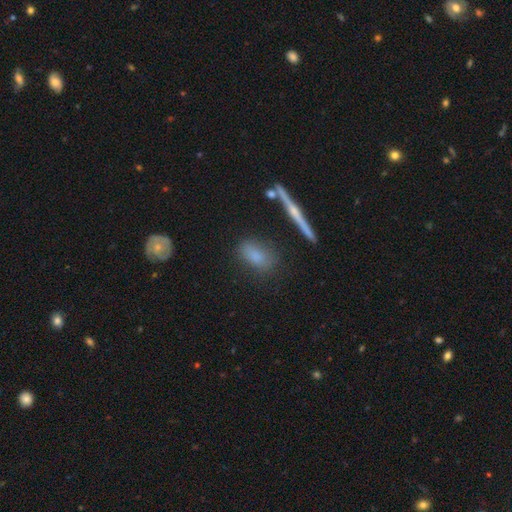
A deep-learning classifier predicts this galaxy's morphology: Smooth or featured? Predicted: smooth (p=0.72). How rounded? Predicted: in between (p=0.76). Merging? Predicted: none (p=0.76).